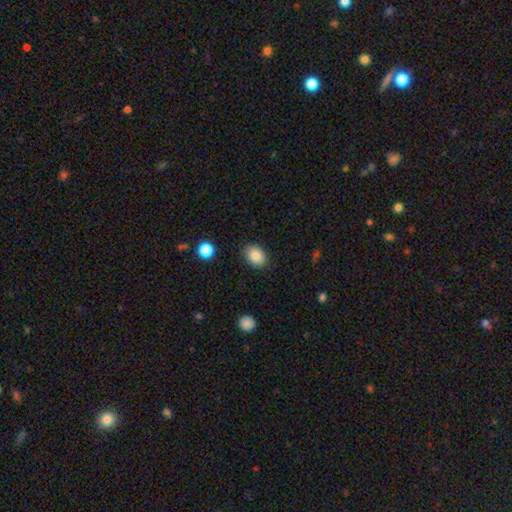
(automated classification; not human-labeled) smooth_or_featured: smooth (p=0.87) [alt: star or artifact p=0.08]
how_rounded: in between (p=0.71) [alt: round p=0.28]
merging: none (p=0.86) [alt: minor disturbance p=0.10]